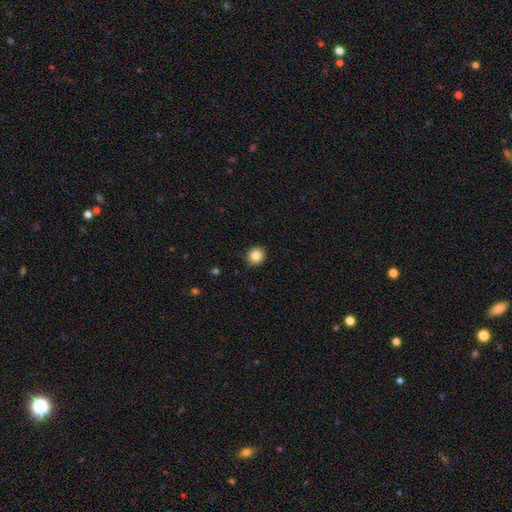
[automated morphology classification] Q: Smooth or featured?
A: smooth (84%); runner-up: star or artifact (10%)
Q: How rounded?
A: round (90%); runner-up: in between (9%)
Q: Merging?
A: none (88%); runner-up: minor disturbance (9%)